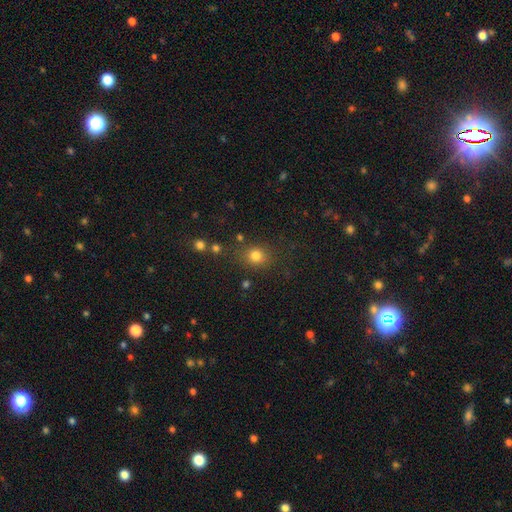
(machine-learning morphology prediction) Smooth or featured?
  - smooth: 80% *
  - star or artifact: 14%
  - featured or disk: 6%
How rounded?
  - round: 73% *
  - in between: 26%
  - cigar-shaped: 1%
Merging?
  - none: 76% *
  - minor disturbance: 13%
  - major disturbance: 6%
  - merger: 5%